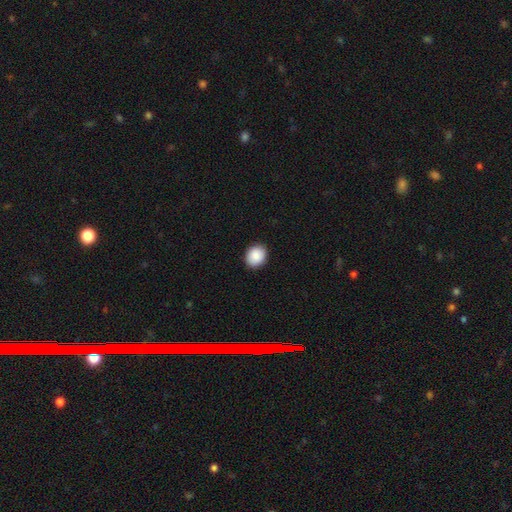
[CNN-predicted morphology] Q: Smooth or featured?
A: smooth (89%); runner-up: star or artifact (7%)
Q: How rounded?
A: round (57%); runner-up: in between (43%)
Q: Merging?
A: none (91%); runner-up: minor disturbance (7%)